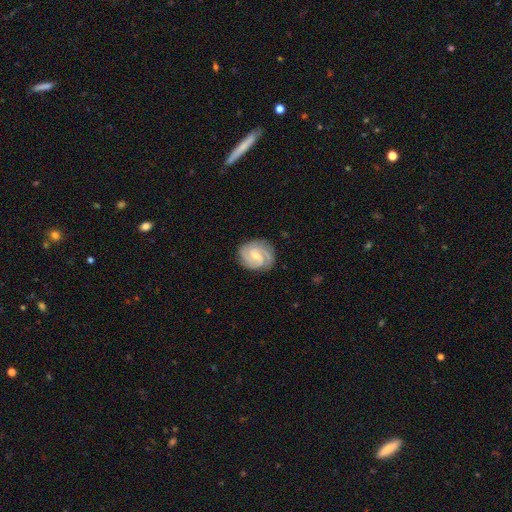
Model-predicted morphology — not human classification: Smooth or featured? Predicted: featured or disk (p=0.84). Edge-on disk? Predicted: no (p=0.98). Bar? Predicted: weak (p=0.56). Spiral arms? Predicted: yes (p=0.97). Spiral winding? Predicted: tight (p=0.53). Spiral arm count? Predicted: 3 (p=0.39). Bulge size? Predicted: small (p=0.53). Merging? Predicted: none (p=0.80).